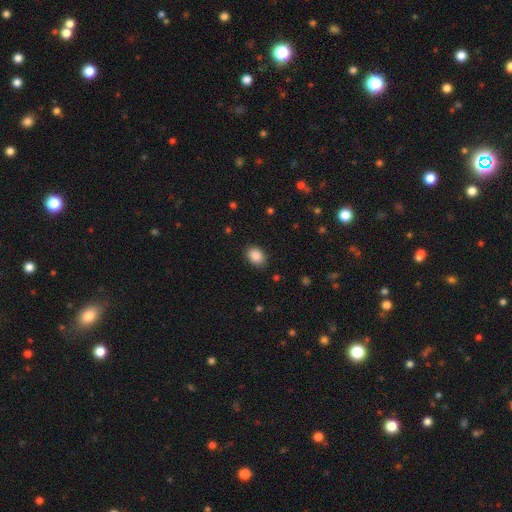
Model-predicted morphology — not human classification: This appears to be a smooth galaxy with no disk features (88%) that is in between round and cigar-shaped (72%). Merging: none (87%).